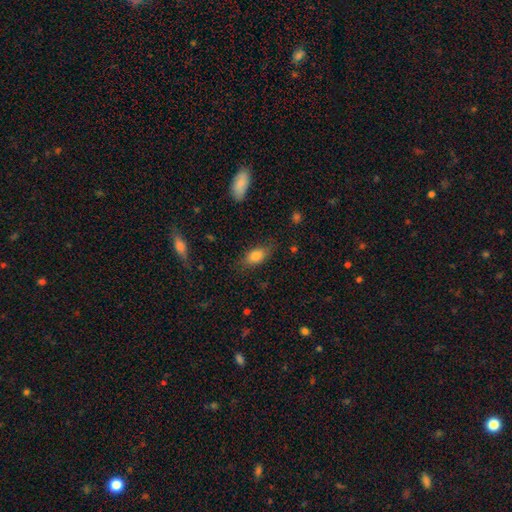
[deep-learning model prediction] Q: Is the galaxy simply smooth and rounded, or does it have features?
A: smooth — 81%.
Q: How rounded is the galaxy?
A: in between — 86%.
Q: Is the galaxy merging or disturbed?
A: none — 77%.